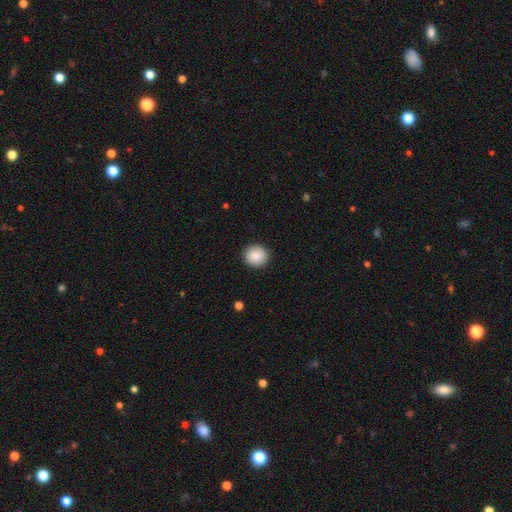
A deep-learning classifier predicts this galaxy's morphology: smooth_or_featured: smooth (p=0.88) [alt: star or artifact p=0.08]
how_rounded: round (p=0.92) [alt: in between p=0.07]
merging: none (p=0.92) [alt: minor disturbance p=0.06]